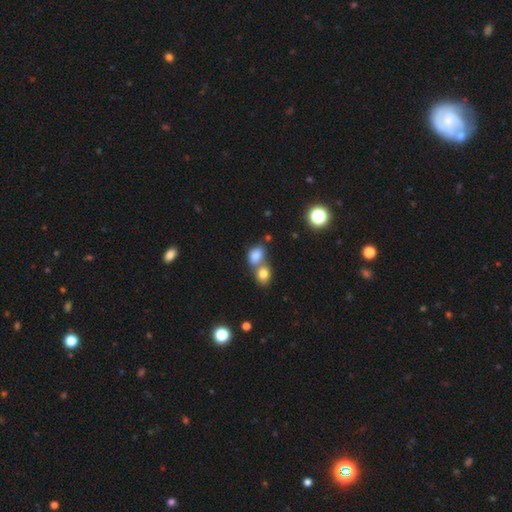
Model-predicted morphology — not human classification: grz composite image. It shows a smooth galaxy with no disk features (80%) that is in between round and cigar-shaped (68%). Merging: merger (54%).